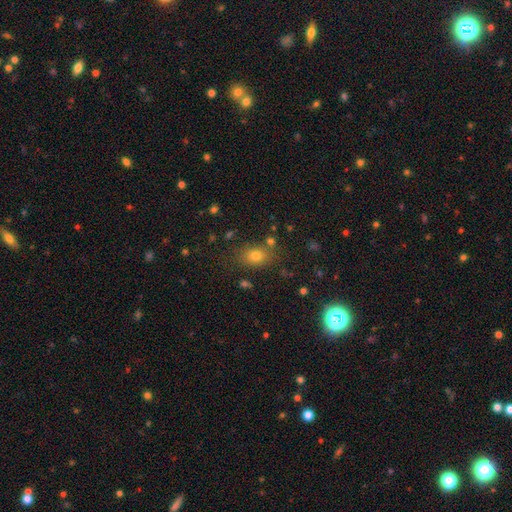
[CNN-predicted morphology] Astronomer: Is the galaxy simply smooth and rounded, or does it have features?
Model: smooth — 72%.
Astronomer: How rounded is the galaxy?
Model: in between — 64%.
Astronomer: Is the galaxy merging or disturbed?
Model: none — 77%.